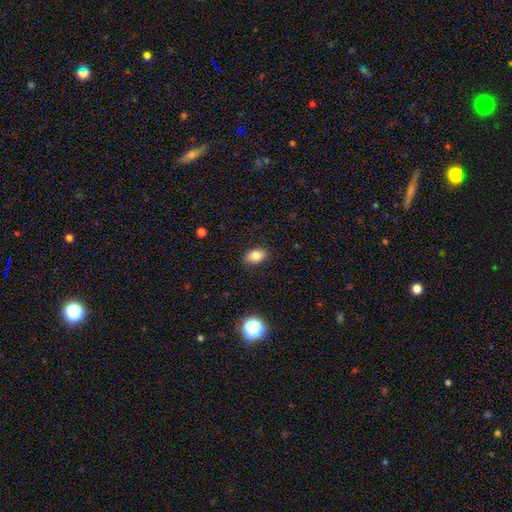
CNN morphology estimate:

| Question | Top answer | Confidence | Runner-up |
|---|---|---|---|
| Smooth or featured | smooth | 82% | star or artifact (10%) |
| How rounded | in between | 85% | round (13%) |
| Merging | none | 88% | minor disturbance (9%) |